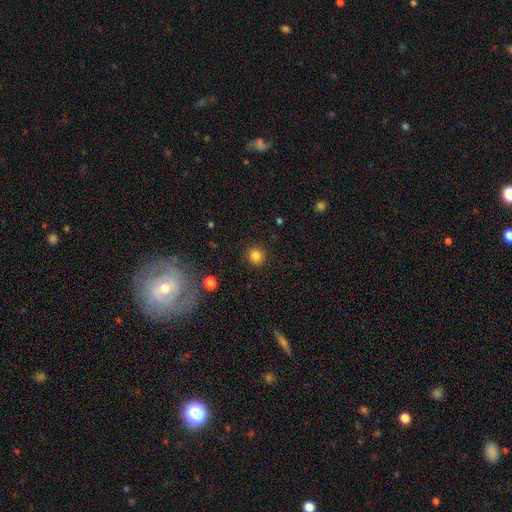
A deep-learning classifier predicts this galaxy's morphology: The model was most divided on "smooth or featured": smooth: 84%, star or artifact: 12%, featured or disk: 5%. More confident: merging — none (90%); how rounded — round (89%).